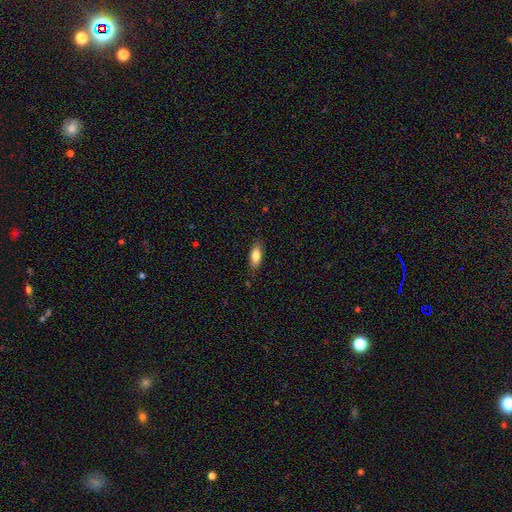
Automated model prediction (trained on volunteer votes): Smooth or featured? smooth (79%)
How rounded? in between (79%)
Merging? none (84%)